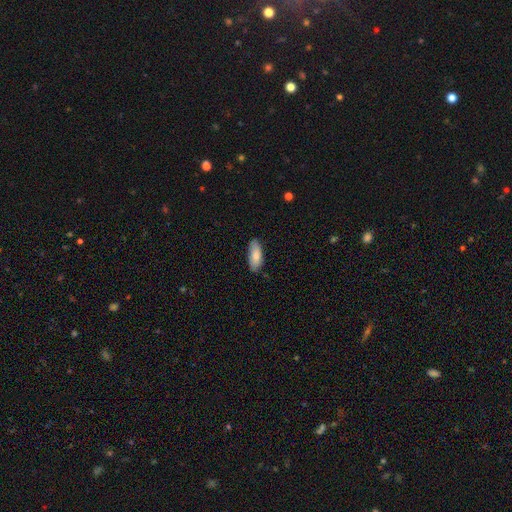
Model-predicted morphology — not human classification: smooth-or-featured: smooth: 82% | featured or disk: 12% | star or artifact: 6%
  how-rounded: in between: 80% | cigar-shaped: 18% | round: 2%
  merging: none: 81% | minor disturbance: 15% | major disturbance: 2% | merger: 1%